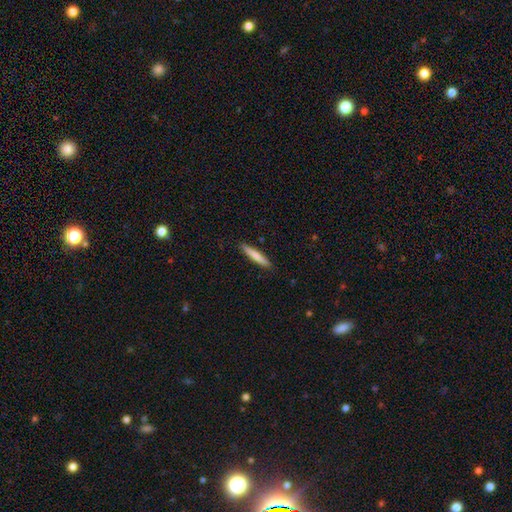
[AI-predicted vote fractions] Smooth or featured?
  - smooth: 76% *
  - featured or disk: 19%
  - star or artifact: 5%
How rounded?
  - cigar-shaped: 93% *
  - in between: 6%
  - round: 1%
Merging?
  - none: 90% *
  - minor disturbance: 7%
  - major disturbance: 1%
  - merger: 1%